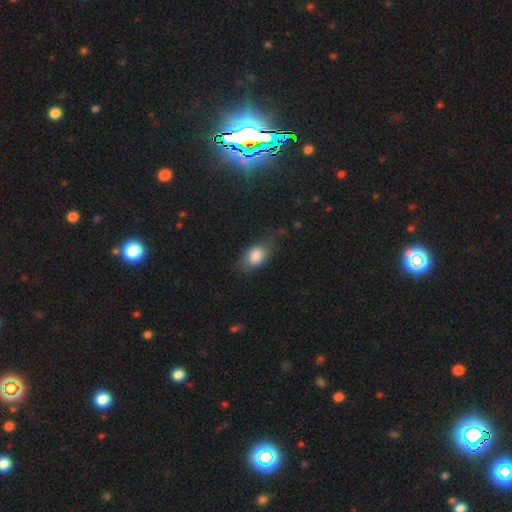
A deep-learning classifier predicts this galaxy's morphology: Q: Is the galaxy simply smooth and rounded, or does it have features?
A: smooth — 83%.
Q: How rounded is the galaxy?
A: in between — 81%.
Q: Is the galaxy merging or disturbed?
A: none — 60%.